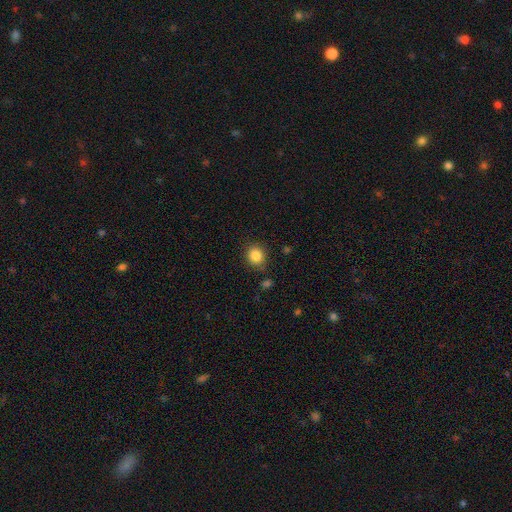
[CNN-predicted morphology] smooth-or-featured: smooth: 85% | star or artifact: 10% | featured or disk: 5%
  how-rounded: round: 81% | in between: 18% | cigar-shaped: 1%
  merging: none: 85% | minor disturbance: 10% | major disturbance: 3% | merger: 2%